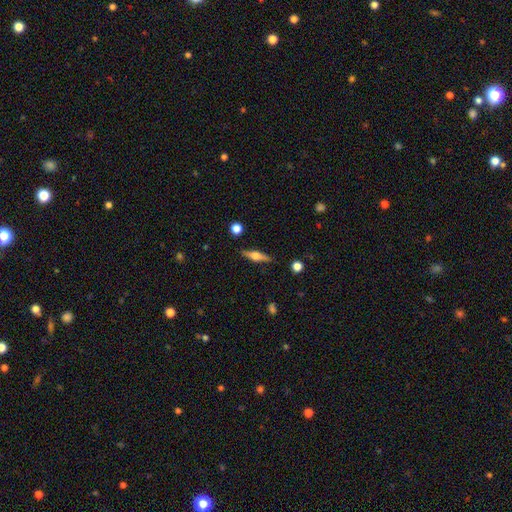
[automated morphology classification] Smooth or featured?
  - featured or disk: 58% *
  - smooth: 36%
  - star or artifact: 7%
Edge-on disk?
  - yes: 95% *
  - no: 5%
Edge-on bulge?
  - rounded: 90% *
  - boxy: 8%
  - none: 3%
Merging?
  - none: 87% *
  - minor disturbance: 9%
  - major disturbance: 2%
  - merger: 2%